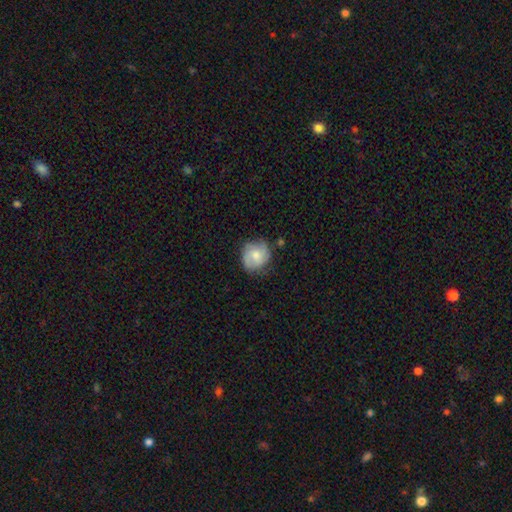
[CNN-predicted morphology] Q: Smooth or featured?
A: smooth (59%); runner-up: featured or disk (34%)
Q: How rounded?
A: round (82%); runner-up: in between (17%)
Q: Merging?
A: none (68%); runner-up: minor disturbance (24%)